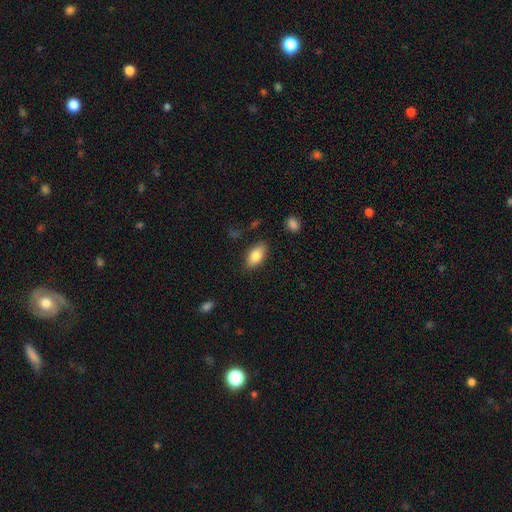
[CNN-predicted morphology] Smooth or featured? Predicted: smooth (p=0.82). How rounded? Predicted: in between (p=0.91). Merging? Predicted: none (p=0.84).